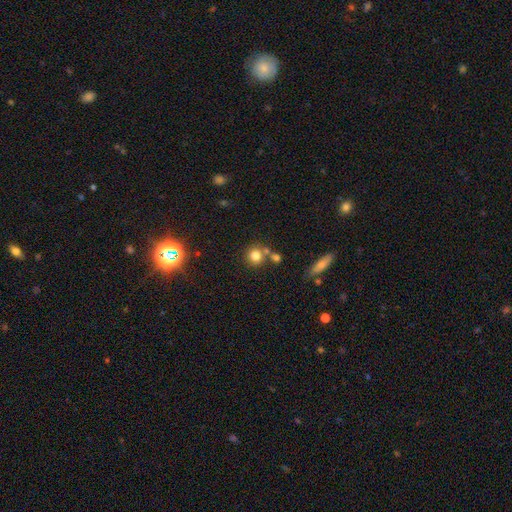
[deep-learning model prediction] This is likely a smooth galaxy (78%). How rounded: clearly round (90%). Merging: likely none (64%).